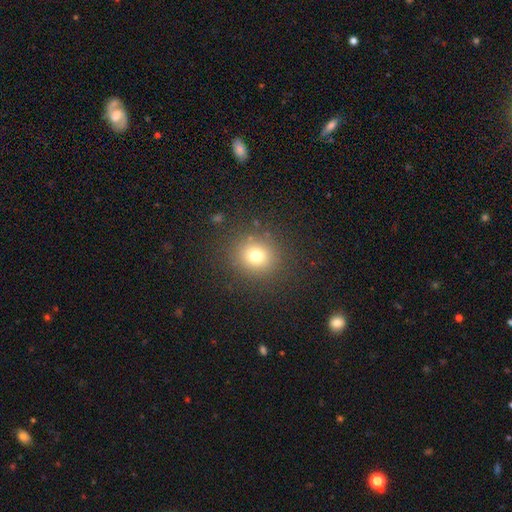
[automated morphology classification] Smooth or featured? Predicted: smooth (p=0.73). How rounded? Predicted: round (p=0.86). Merging? Predicted: none (p=0.87).